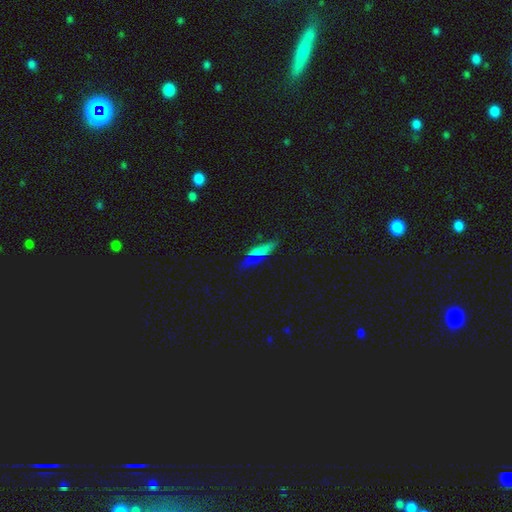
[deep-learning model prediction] Overall: smooth (59%; featured or disk 21%). How rounded: cigar-shaped (47%, tied with in between). Merging: none (81%).